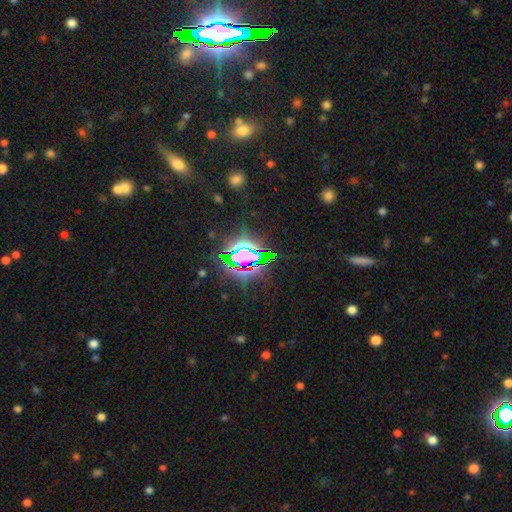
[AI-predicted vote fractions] A star or artifact, not a galaxy (75%).

Vote fractions:
- Smooth or featured? star or artifact: 75% / smooth: 14% / featured or disk: 10%